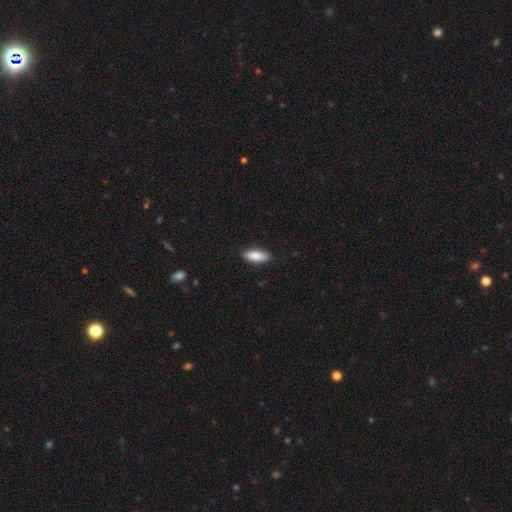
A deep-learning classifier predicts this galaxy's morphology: Smooth or featured?
  - smooth: 88% *
  - featured or disk: 7%
  - star or artifact: 6%
How rounded?
  - in between: 74% *
  - cigar-shaped: 24%
  - round: 2%
Merging?
  - none: 87% *
  - minor disturbance: 10%
  - major disturbance: 2%
  - merger: 1%